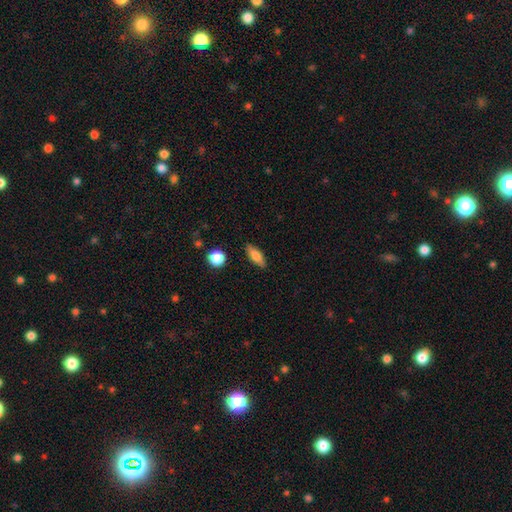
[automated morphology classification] smooth_or_featured: smooth (p=0.74) [alt: featured or disk p=0.18]
how_rounded: in between (p=0.64) [alt: cigar-shaped p=0.31]
merging: none (p=0.86) [alt: minor disturbance p=0.10]